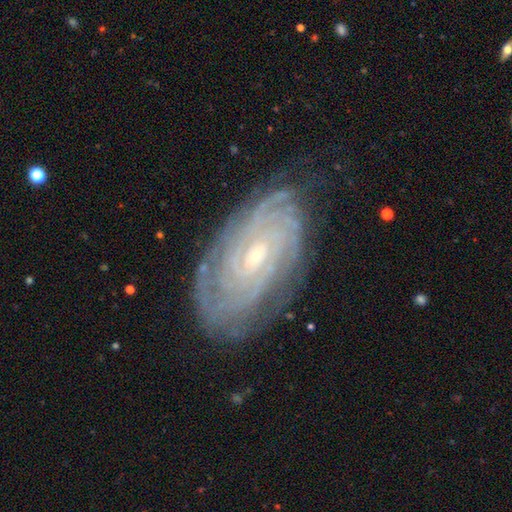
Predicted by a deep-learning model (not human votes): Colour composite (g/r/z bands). It shows a featured or disk galaxy (87%) with no bar (44%), tight (84%) spiral arms (98%) and a small central bulge (68%). Merging: none (79%).